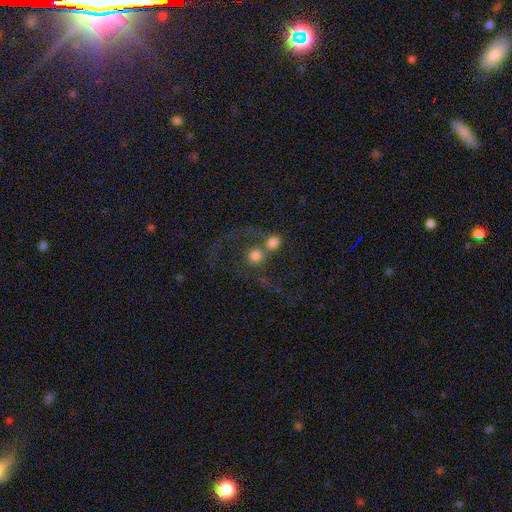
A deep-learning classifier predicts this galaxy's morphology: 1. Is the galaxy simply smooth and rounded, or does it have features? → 59% smooth, 27% featured or disk, 14% star or artifact.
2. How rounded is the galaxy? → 84% round, 15% in between, 1% cigar-shaped.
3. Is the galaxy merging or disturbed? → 54% merger, 27% none, 12% major disturbance, 7% minor disturbance.